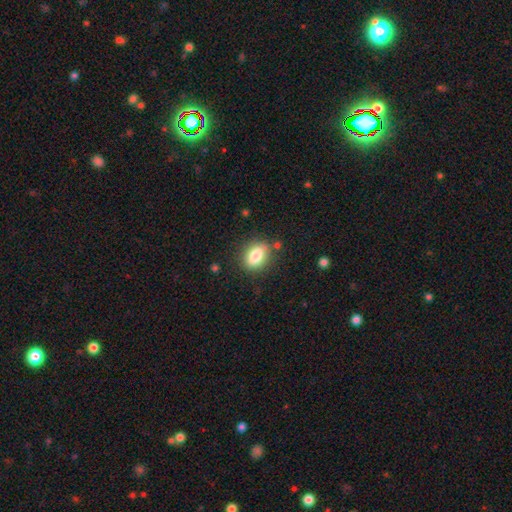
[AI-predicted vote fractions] Smooth or featured: smooth — 82% (featured or disk — 9%)
How rounded: in between — 77% (round — 21%)
Merging: none — 80% (minor disturbance — 13%)